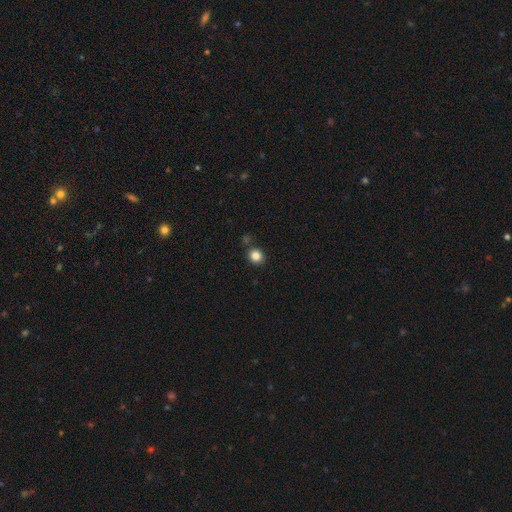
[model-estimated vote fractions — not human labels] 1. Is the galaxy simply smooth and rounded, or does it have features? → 84% smooth, 11% star or artifact, 5% featured or disk.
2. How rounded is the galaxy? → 82% round, 17% in between, 1% cigar-shaped.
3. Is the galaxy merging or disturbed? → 83% none, 8% minor disturbance, 6% merger, 2% major disturbance.